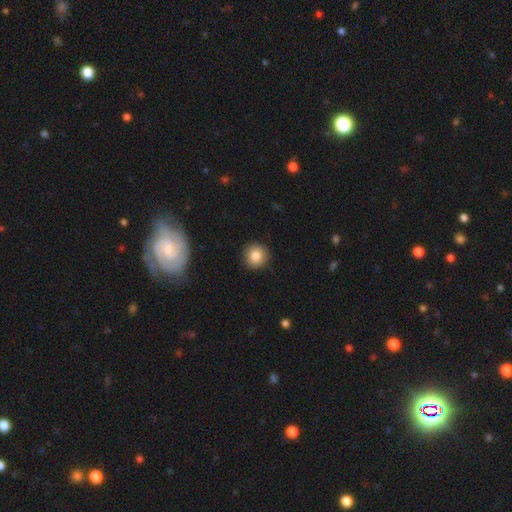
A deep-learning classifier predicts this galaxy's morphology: Overall: smooth (84%). How rounded: round (93%). Merging: none (91%).